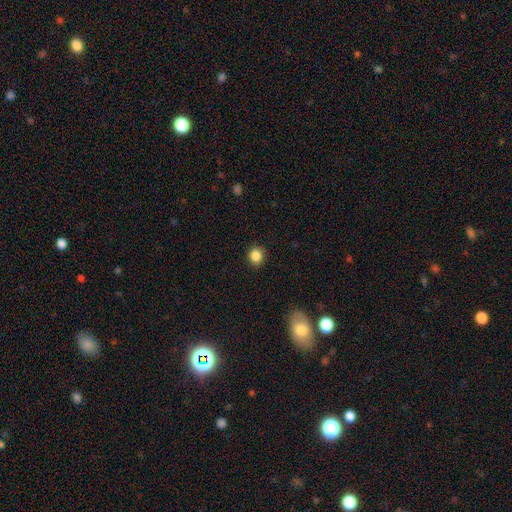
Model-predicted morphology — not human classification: Smooth or featured: smooth — 86% (star or artifact — 10%)
How rounded: round — 79% (in between — 20%)
Merging: none — 89% (minor disturbance — 7%)